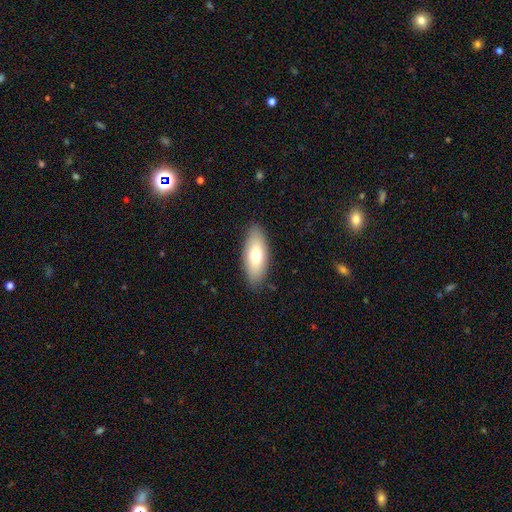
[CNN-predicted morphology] smooth-or-featured: smooth: 73% | featured or disk: 21% | star or artifact: 6%
  how-rounded: in between: 78% | cigar-shaped: 20% | round: 2%
  merging: none: 87% | minor disturbance: 10% | major disturbance: 2% | merger: 1%